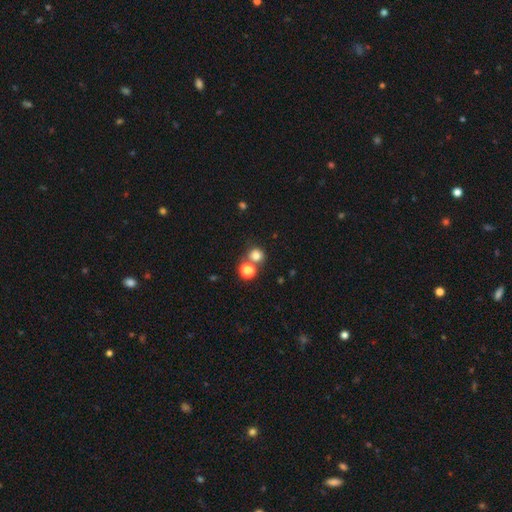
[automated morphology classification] The model was most divided on "merging": none: 61%, merger: 27%, minor disturbance: 8%, major disturbance: 4%. More confident: how rounded — round (88%); smooth or featured — smooth (77%).